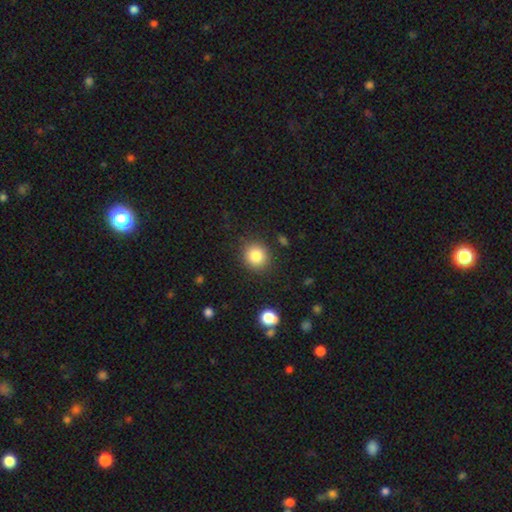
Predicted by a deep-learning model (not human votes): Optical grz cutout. It shows a smooth galaxy with no disk features (84%) that is round (86%). Merging: none (87%).